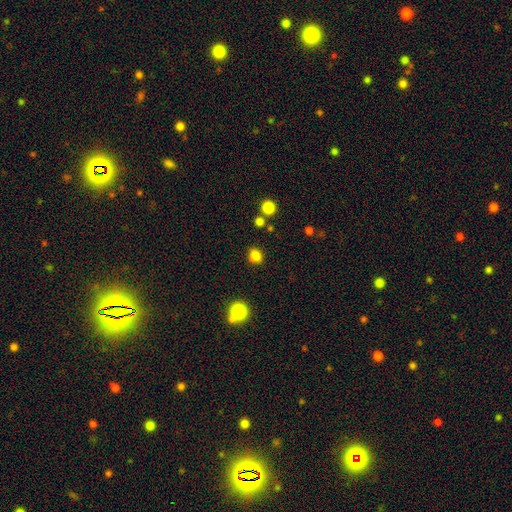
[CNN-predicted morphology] smooth-or-featured: smooth: 82% | star or artifact: 13% | featured or disk: 5%
  how-rounded: round: 70% | in between: 29% | cigar-shaped: 1%
  merging: none: 83% | minor disturbance: 10% | merger: 4% | major disturbance: 3%